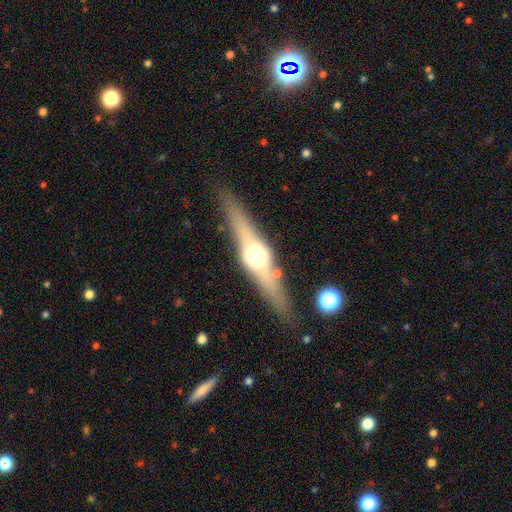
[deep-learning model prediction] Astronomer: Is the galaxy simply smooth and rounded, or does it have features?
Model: featured or disk — 71%.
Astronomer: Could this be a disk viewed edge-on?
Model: yes — 96%.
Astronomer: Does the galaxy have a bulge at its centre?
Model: rounded — 93%.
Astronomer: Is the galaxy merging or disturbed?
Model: none — 84%.